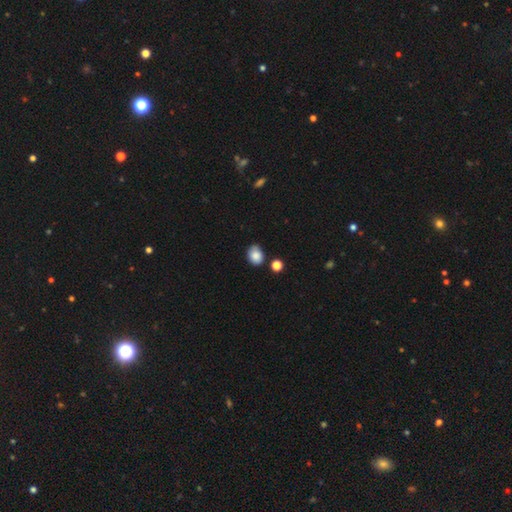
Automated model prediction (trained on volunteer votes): This appears to be a smooth galaxy with no disk features (85%) that is in between round and cigar-shaped (55%). Merging: none (67%).